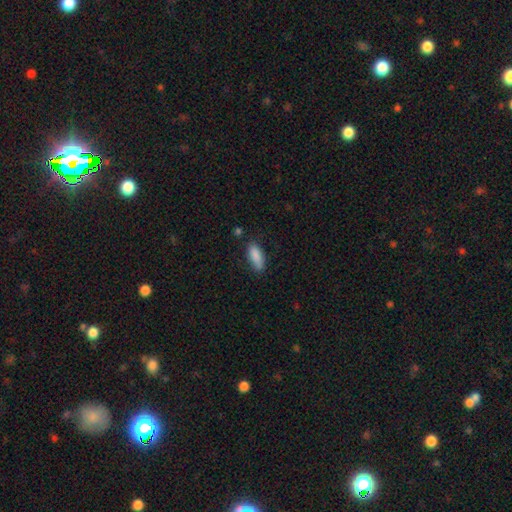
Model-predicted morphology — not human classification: A smooth galaxy with no disk features (87%) that is in between round and cigar-shaped (77%). Merging: none (72%).